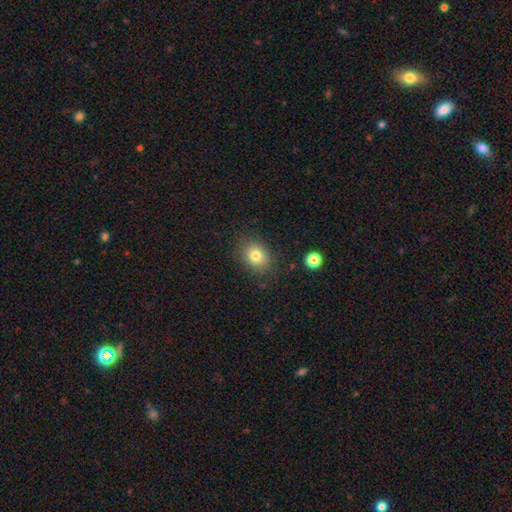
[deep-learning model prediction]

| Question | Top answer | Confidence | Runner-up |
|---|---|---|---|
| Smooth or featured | smooth | 79% | star or artifact (11%) |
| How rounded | in between | 56% | round (43%) |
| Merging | none | 82% | minor disturbance (12%) |